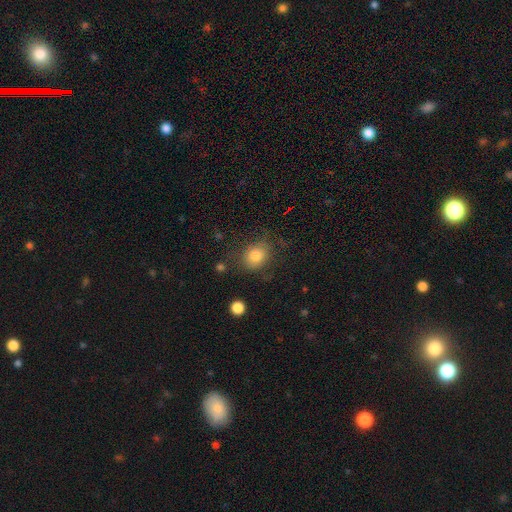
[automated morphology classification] A smooth galaxy with no disk features (80%) that is round (64%). Merging: none (73%).